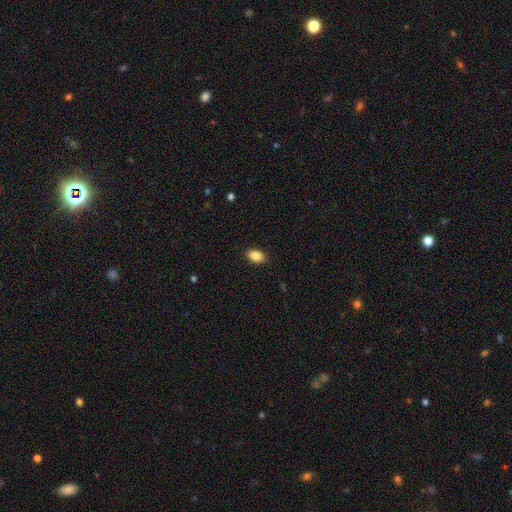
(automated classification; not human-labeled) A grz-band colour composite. It shows a smooth galaxy with no disk features (88%) that is in between round and cigar-shaped (87%). Merging: none (89%).